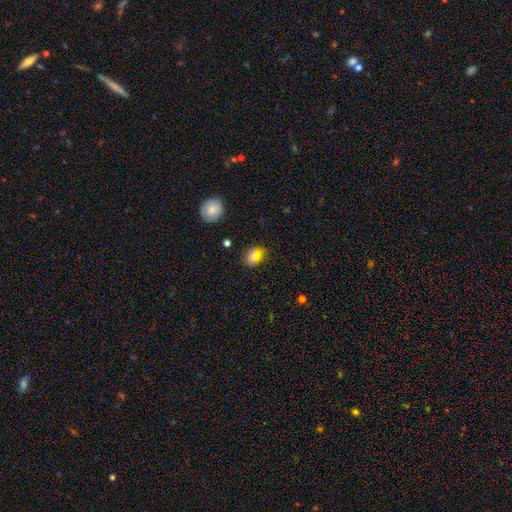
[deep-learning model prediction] This appears to be a smooth galaxy with no disk features (70%) that is in between round and cigar-shaped (60%). Merging: none (84%).